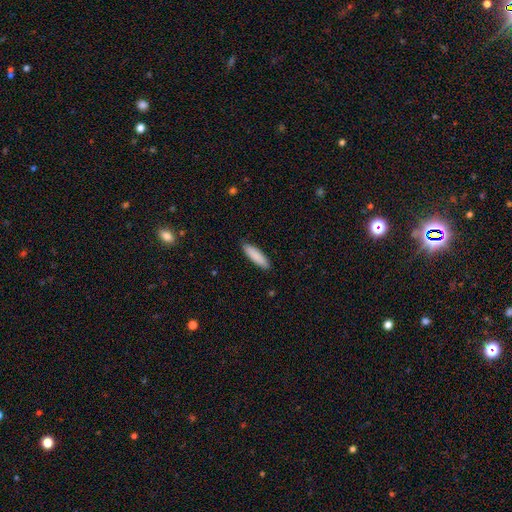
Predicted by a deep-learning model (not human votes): Smooth or featured?
  - smooth: 88% *
  - featured or disk: 7%
  - star or artifact: 5%
How rounded?
  - cigar-shaped: 65% *
  - in between: 34%
  - round: 1%
Merging?
  - none: 90% *
  - minor disturbance: 8%
  - major disturbance: 2%
  - merger: 1%